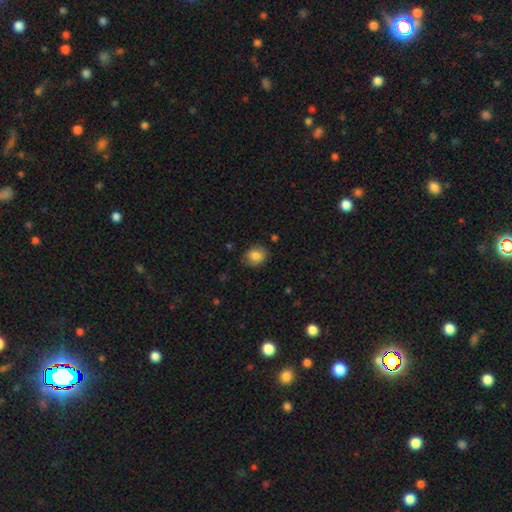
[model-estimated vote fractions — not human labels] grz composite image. It shows a smooth galaxy with no disk features (83%) that is round (61%). Merging: none (82%).